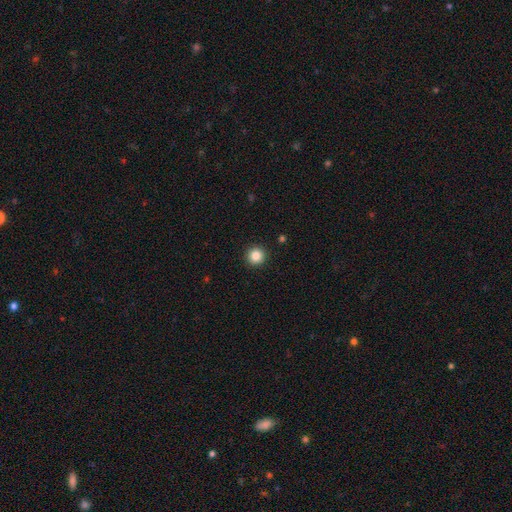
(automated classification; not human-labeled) Smooth or featured: smooth — 85% (star or artifact — 11%)
How rounded: round — 95% (in between — 4%)
Merging: none — 93% (minor disturbance — 5%)